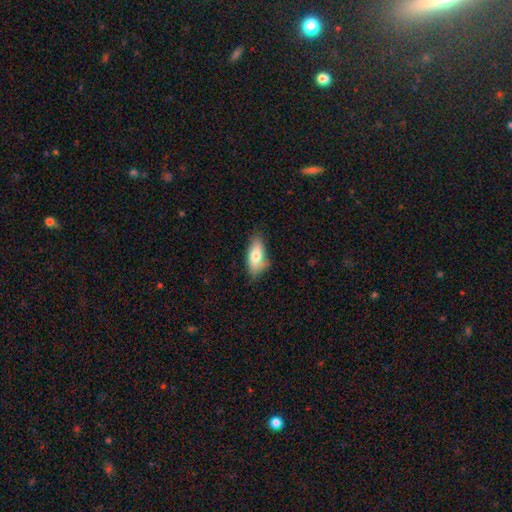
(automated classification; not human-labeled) Overall: smooth (75%). How rounded: in between (83%). Merging: none (67%).